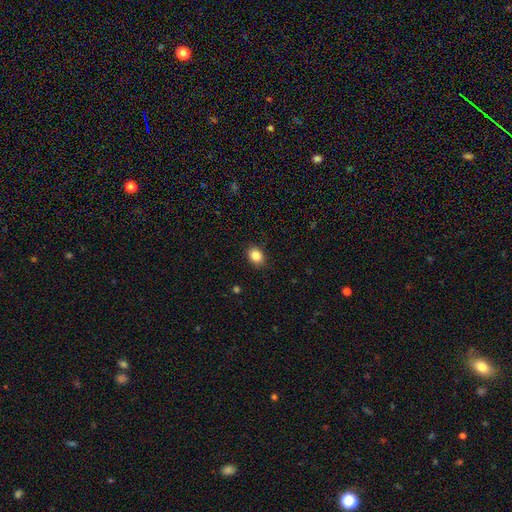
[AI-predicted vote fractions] smooth-or-featured: smooth: 85% | star or artifact: 9% | featured or disk: 5%
  how-rounded: in between: 61% | round: 39% | cigar-shaped: 1%
  merging: none: 89% | minor disturbance: 8% | major disturbance: 2% | merger: 1%